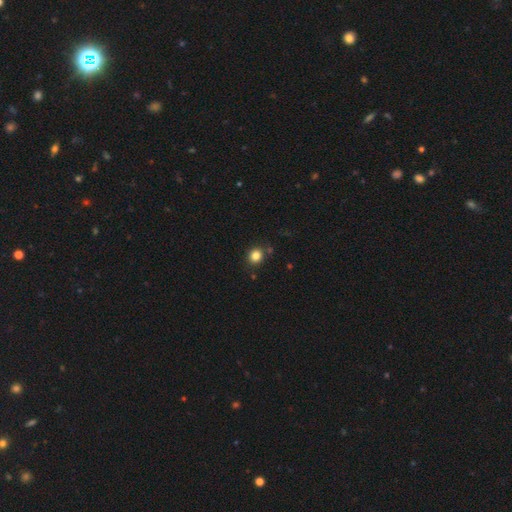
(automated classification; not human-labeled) This appears to be a smooth galaxy with no disk features (84%) that is round (80%). Merging: none (84%).